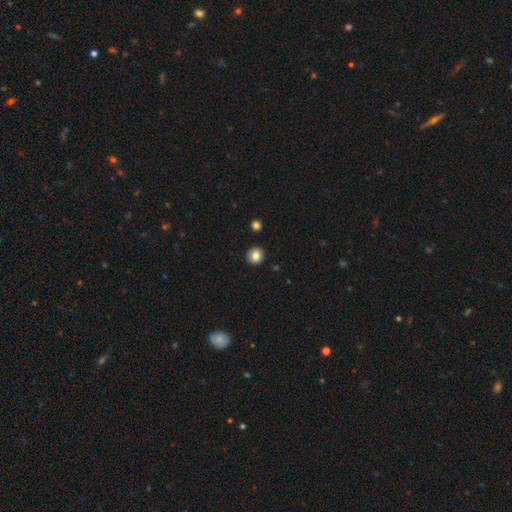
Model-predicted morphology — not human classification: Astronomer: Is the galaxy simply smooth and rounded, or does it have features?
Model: smooth — 82%.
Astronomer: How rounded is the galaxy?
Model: round — 83%.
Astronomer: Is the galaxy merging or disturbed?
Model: none — 91%.